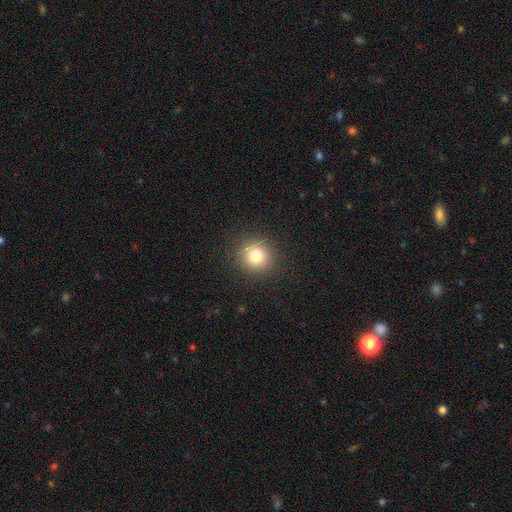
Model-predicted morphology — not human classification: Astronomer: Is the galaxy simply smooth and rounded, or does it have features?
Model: smooth — 81%.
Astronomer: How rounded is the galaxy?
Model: round — 93%.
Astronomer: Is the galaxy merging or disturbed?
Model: none — 91%.